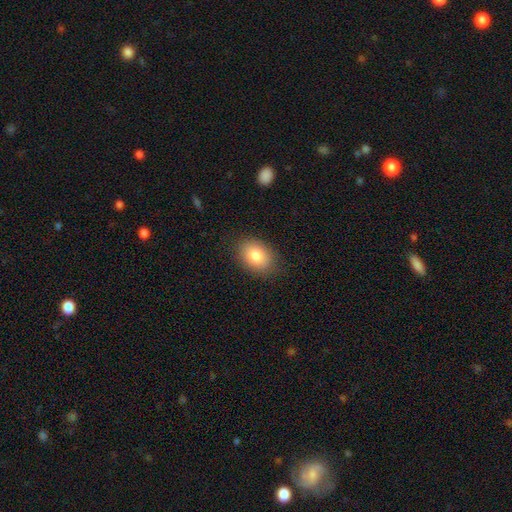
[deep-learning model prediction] Q: Smooth or featured?
A: smooth (83%); runner-up: featured or disk (9%)
Q: How rounded?
A: in between (74%); runner-up: round (25%)
Q: Merging?
A: none (85%); runner-up: minor disturbance (11%)